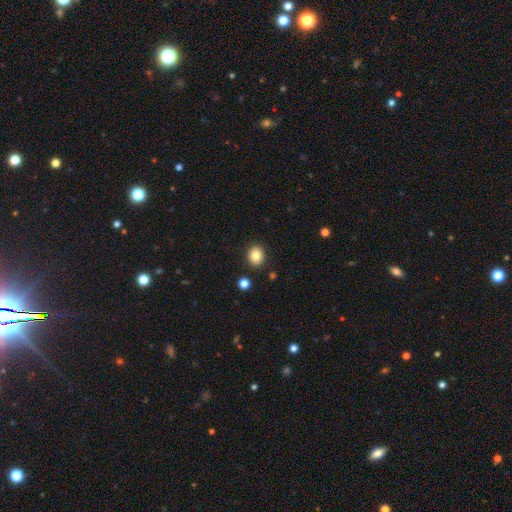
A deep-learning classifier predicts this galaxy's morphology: Overall: smooth (84%). How rounded: round (63%; in between 36%). Merging: none (88%).